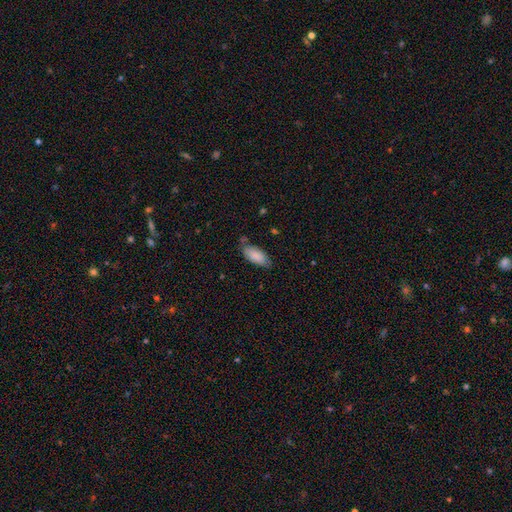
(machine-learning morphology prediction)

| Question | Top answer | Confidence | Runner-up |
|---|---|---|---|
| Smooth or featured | smooth | 86% | featured or disk (8%) |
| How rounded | in between | 89% | cigar-shaped (9%) |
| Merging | none | 68% | minor disturbance (23%) |